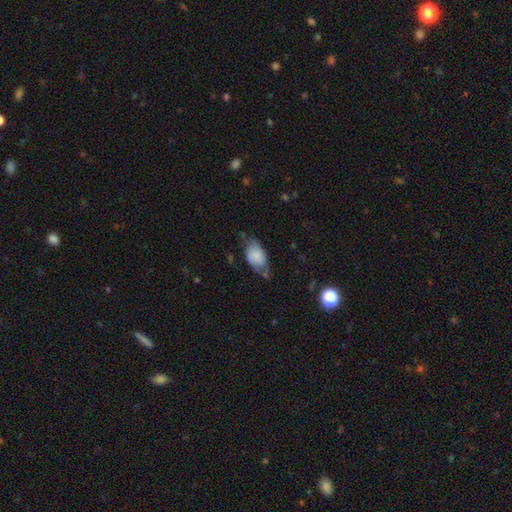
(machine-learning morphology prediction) A smooth galaxy with no disk features (71%) that is in between round and cigar-shaped (92%).

Vote fractions:
- Smooth or featured? smooth: 71% / featured or disk: 22% / star or artifact: 7%
- How rounded? in between: 92% / round: 6% / cigar-shaped: 2%
- Merging? none: 43% / minor disturbance: 38% / major disturbance: 16% / merger: 4%